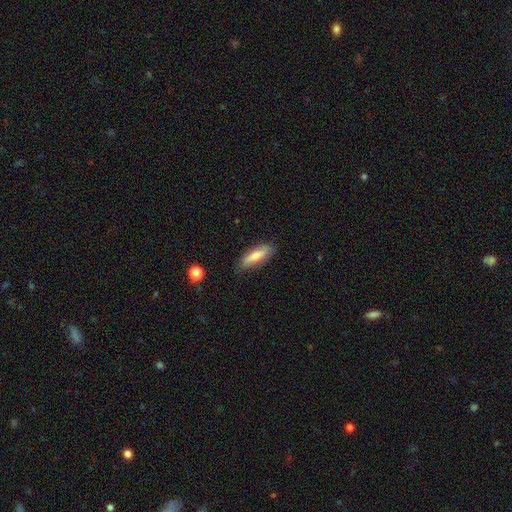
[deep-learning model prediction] This is likely a smooth galaxy (77%). How rounded: possibly cigar-shaped (55%). Merging: clearly none (81%).